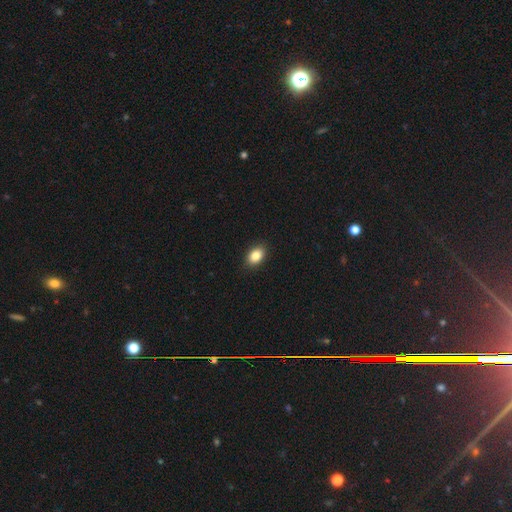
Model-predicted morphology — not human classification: The model was most divided on "how rounded": in between: 83%, round: 15%, cigar-shaped: 1%. More confident: merging — none (90%); smooth or featured — smooth (86%).